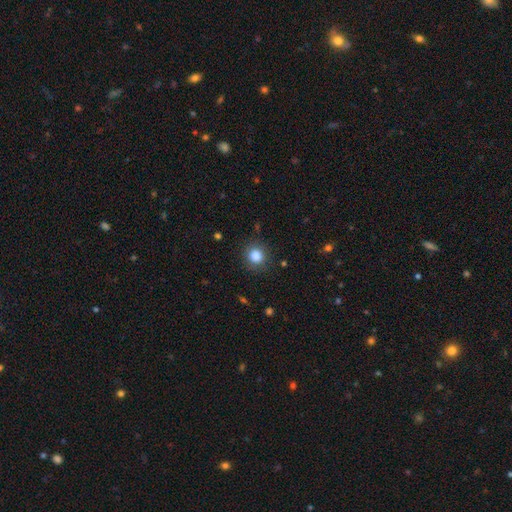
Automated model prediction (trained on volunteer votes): This appears to be a smooth galaxy with no disk features (85%) that is round (85%). Merging: none (85%).